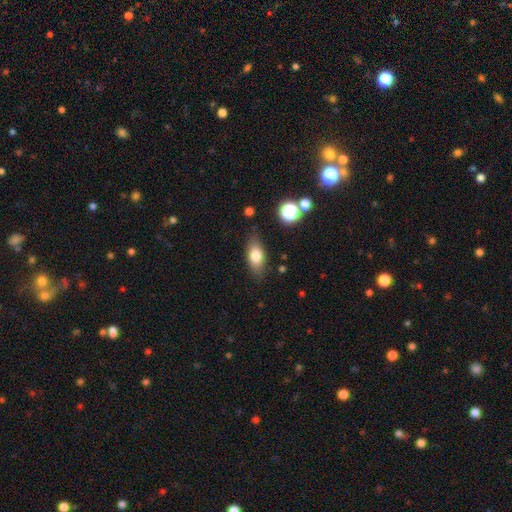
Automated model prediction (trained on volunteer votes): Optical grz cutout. It shows a smooth galaxy with no disk features (77%) that is in between round and cigar-shaped (83%). Merging: none (80%).